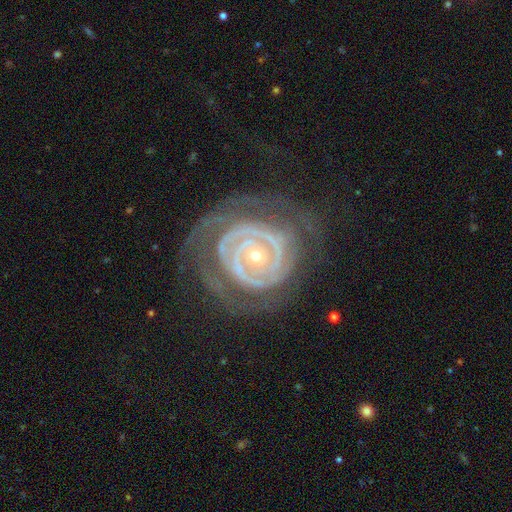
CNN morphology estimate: smooth-or-featured: featured or disk: 89% | smooth: 5% | star or artifact: 5%
  disk-edge-on: no: 97% | yes: 3%
    bar: no: 75% | weak: 15% | strong: 9%
    has-spiral-arms: yes: 94% | no: 6%
      spiral-winding: tight: 82% | medium: 15% | loose: 4%
      spiral-arm-count: 2: 33% | can't tell: 24% | 3: 19% | 4: 9% | more than 4: 7% | 1: 7%
    bulge-size: small: 65% | moderate: 31% | large: 2% | dominant: 1% | none: 1%
  merging: none: 65% | minor disturbance: 19% | major disturbance: 15% | merger: 2%